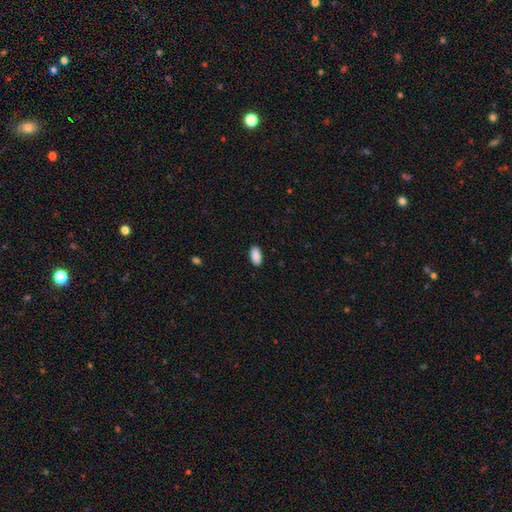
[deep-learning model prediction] smooth_or_featured: smooth (p=0.91) [alt: star or artifact p=0.07]
how_rounded: in between (p=0.94) [alt: cigar-shaped p=0.03]
merging: none (p=0.89) [alt: minor disturbance p=0.08]